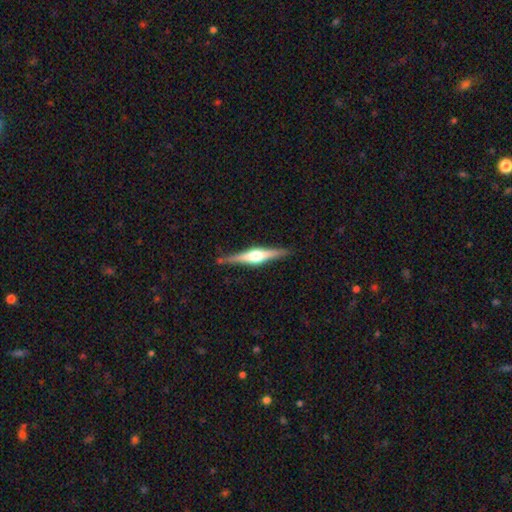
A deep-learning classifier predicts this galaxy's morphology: type=featured or disk (77%); edge-on=yes (98%); edge-on bulge=rounded (92%); merging=none (86%).